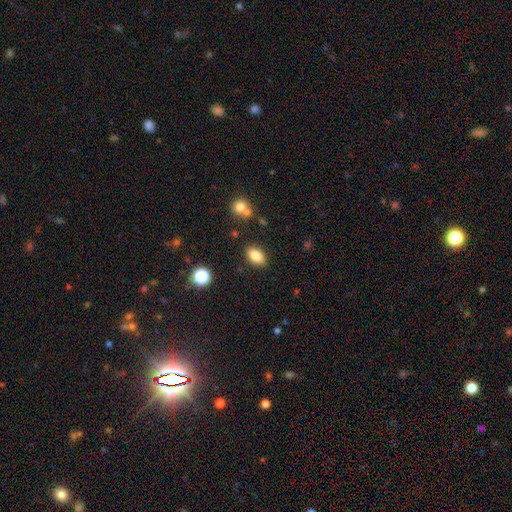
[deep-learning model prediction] smooth_or_featured: smooth (p=0.83) [alt: star or artifact p=0.09]
how_rounded: in between (p=0.89) [alt: round p=0.08]
merging: none (p=0.85) [alt: minor disturbance p=0.10]